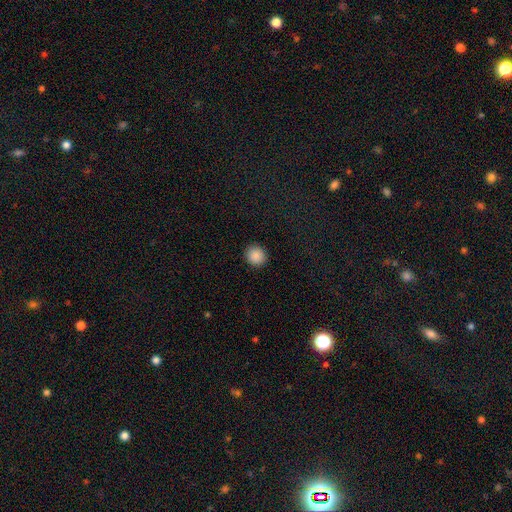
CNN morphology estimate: A smooth galaxy with no disk features (89%) that is round (90%).

Vote fractions:
- Smooth or featured? smooth: 89% / star or artifact: 9% / featured or disk: 3%
- How rounded? round: 90% / in between: 9% / cigar-shaped: 1%
- Merging? none: 92% / minor disturbance: 5% / major disturbance: 2% / merger: 1%